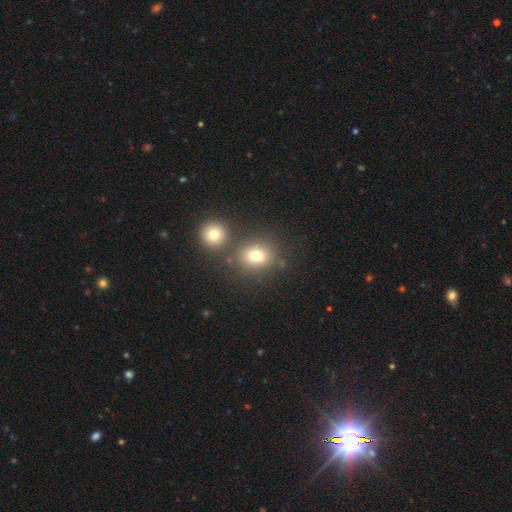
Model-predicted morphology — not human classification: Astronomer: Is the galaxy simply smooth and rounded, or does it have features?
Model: smooth — 73%.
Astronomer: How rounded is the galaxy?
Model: round — 69%.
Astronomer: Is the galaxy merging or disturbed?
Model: none — 69%.